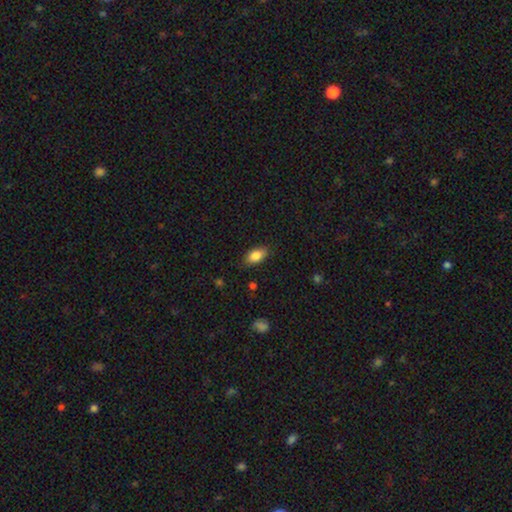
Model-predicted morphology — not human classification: Smooth or featured? smooth (85%)
How rounded? in between (90%)
Merging? none (83%)